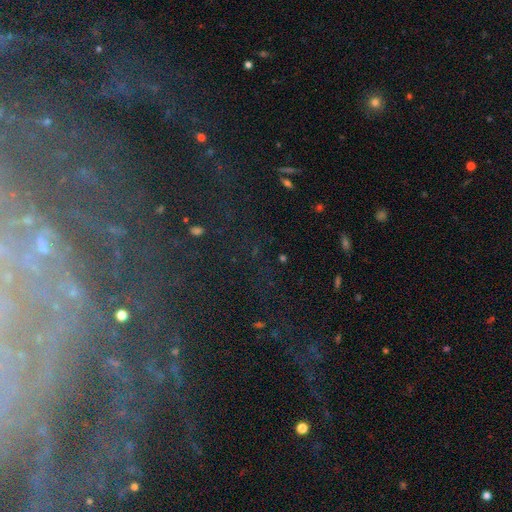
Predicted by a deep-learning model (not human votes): Morphology: type=featured or disk (66%); edge-on=no (92%); bar=no (42%); spiral arms=yes (88%); winding=tight (67%); arm count=can't tell (26%); bulge=small (68%); merging=none (71%).